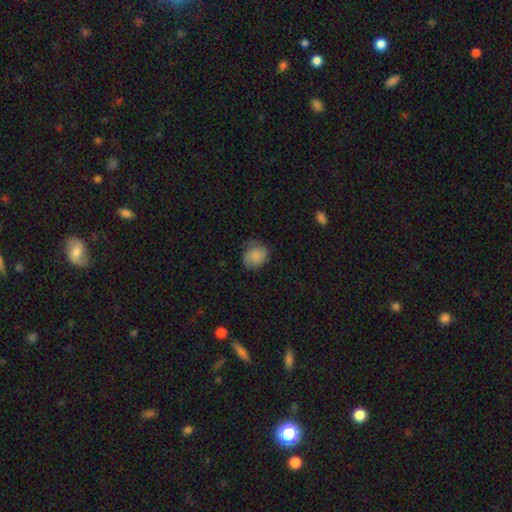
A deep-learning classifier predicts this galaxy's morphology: smooth 71%, featured or disk 21%, star or artifact 8%. Down the decision tree: how rounded — round (71%); merging — none (57%).